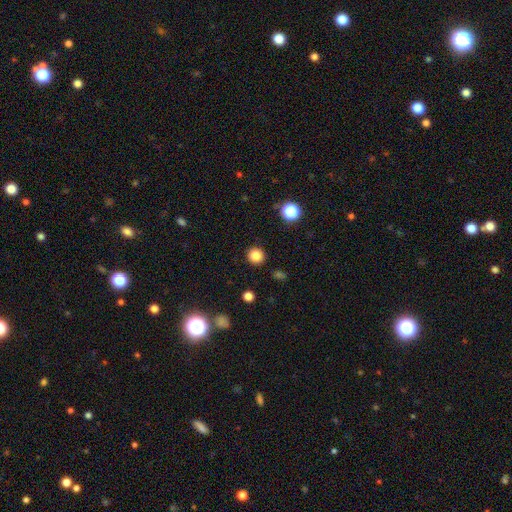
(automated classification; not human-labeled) Q: Smooth or featured?
A: smooth (84%); runner-up: star or artifact (12%)
Q: How rounded?
A: round (93%); runner-up: in between (6%)
Q: Merging?
A: none (91%); runner-up: minor disturbance (6%)